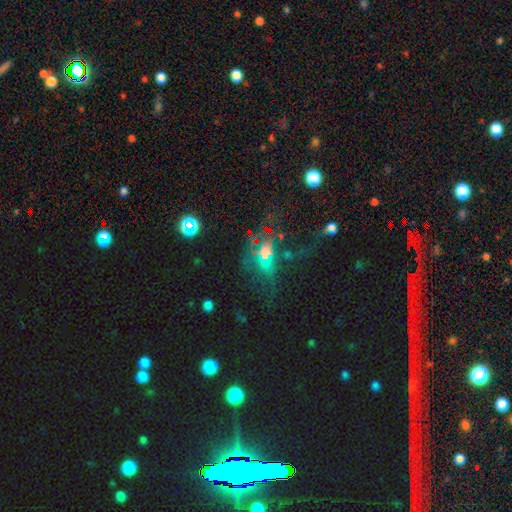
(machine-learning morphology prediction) Overall: star or artifact (43%; smooth 29%).